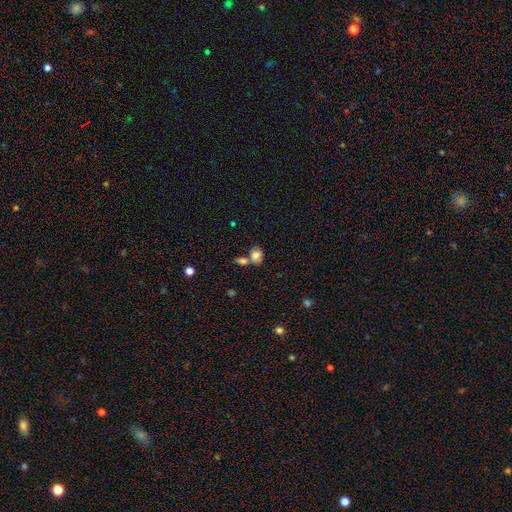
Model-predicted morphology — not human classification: Smooth or featured? Predicted: smooth (p=0.81). How rounded? Predicted: in between (p=0.54). Merging? Predicted: merger (p=0.44).